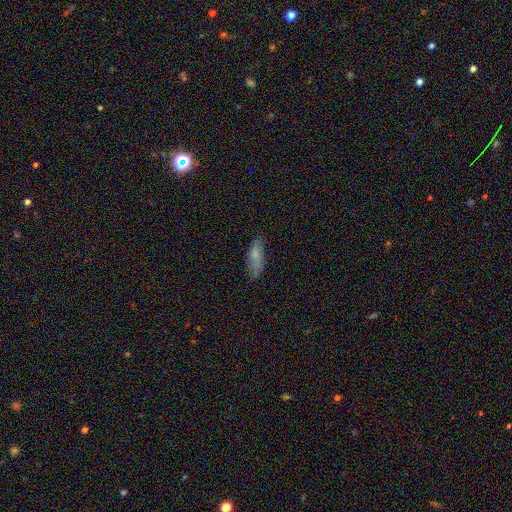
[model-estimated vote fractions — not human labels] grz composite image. It shows a smooth galaxy with no disk features (71%) that is in between round and cigar-shaped (62%). Merging: none (64%).